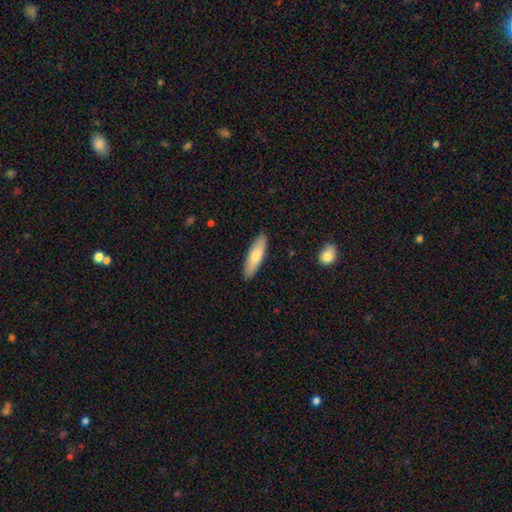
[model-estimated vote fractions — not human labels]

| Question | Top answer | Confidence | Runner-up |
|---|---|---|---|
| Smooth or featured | smooth | 70% | featured or disk (24%) |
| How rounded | cigar-shaped | 60% | in between (38%) |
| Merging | none | 90% | minor disturbance (7%) |